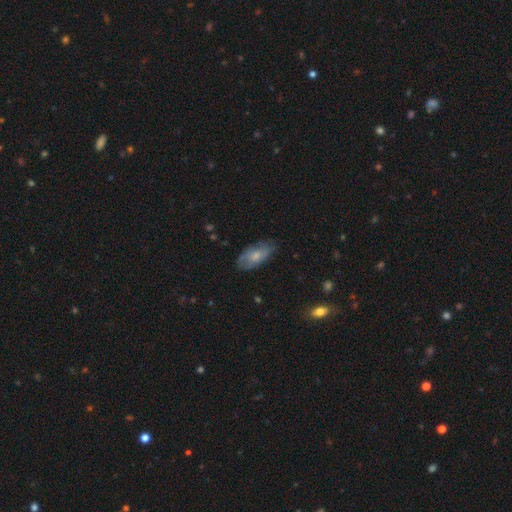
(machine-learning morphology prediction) The model was most divided on "smooth or featured": smooth: 63%, featured or disk: 30%, star or artifact: 6%. More confident: how rounded — in between (90%); merging — none (66%).